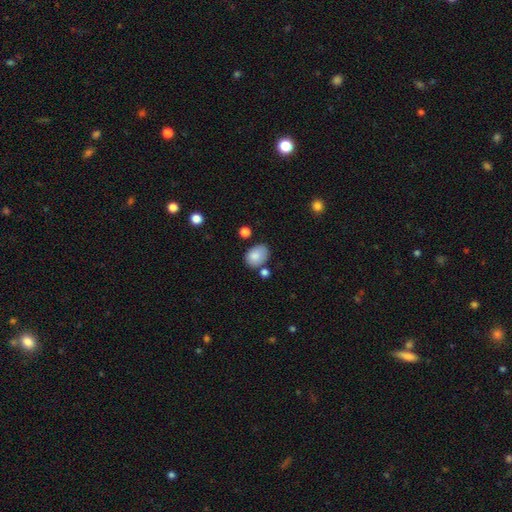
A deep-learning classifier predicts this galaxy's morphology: smooth 84%, featured or disk 8%, star or artifact 8%. Down the decision tree: how rounded — in between (74%); merging — none (64%).